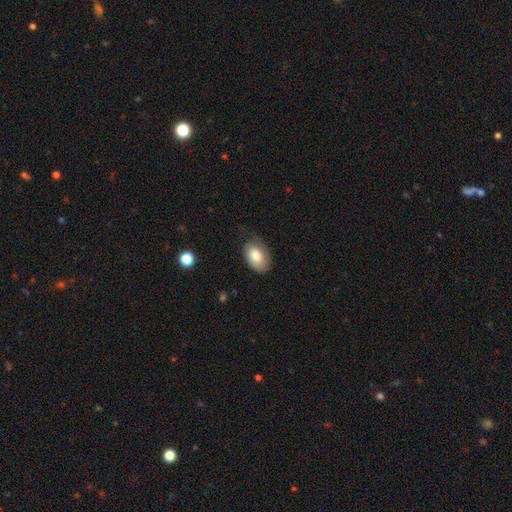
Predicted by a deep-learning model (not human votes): Smooth or featured? smooth (78%)
How rounded? in between (88%)
Merging? none (63%)